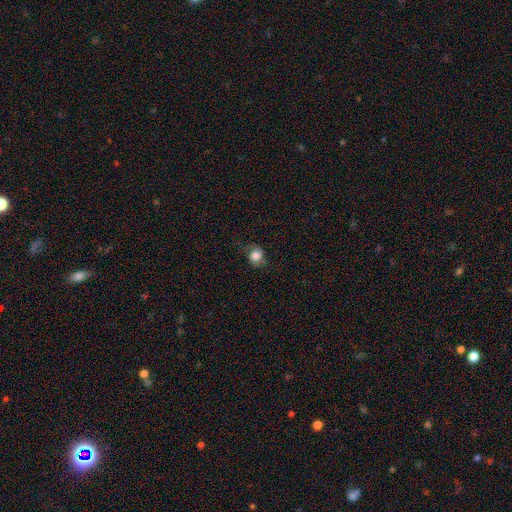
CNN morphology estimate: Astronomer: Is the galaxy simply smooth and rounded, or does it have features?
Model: smooth — 78%.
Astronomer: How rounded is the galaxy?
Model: round — 68%.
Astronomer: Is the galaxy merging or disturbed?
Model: none — 64%.